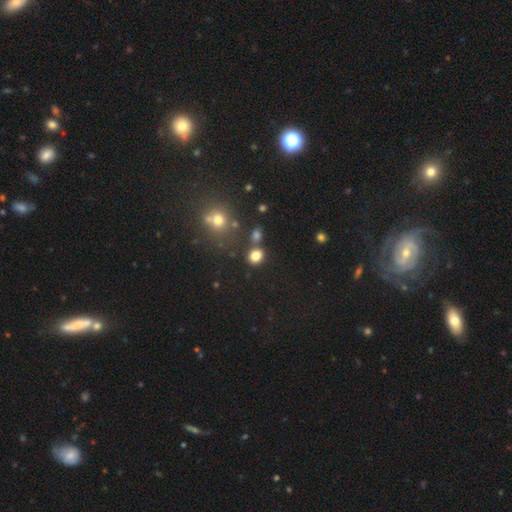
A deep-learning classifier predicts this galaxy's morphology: smooth-or-featured: smooth: 81% | star or artifact: 14% | featured or disk: 6%
  how-rounded: round: 60% | in between: 39% | cigar-shaped: 1%
  merging: none: 74% | merger: 12% | minor disturbance: 11% | major disturbance: 4%